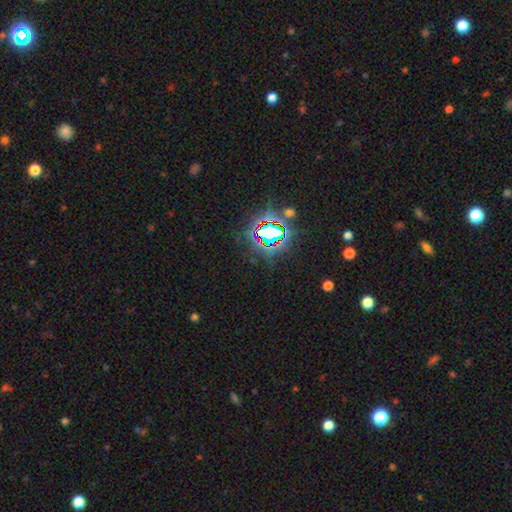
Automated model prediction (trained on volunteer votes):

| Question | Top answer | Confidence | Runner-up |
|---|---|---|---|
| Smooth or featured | star or artifact | 81% | smooth (11%) |